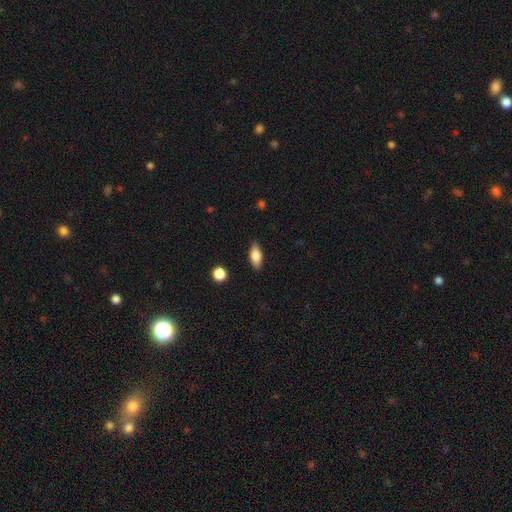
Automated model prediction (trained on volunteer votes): Smooth or featured? smooth (79%)
How rounded? in between (82%)
Merging? none (86%)